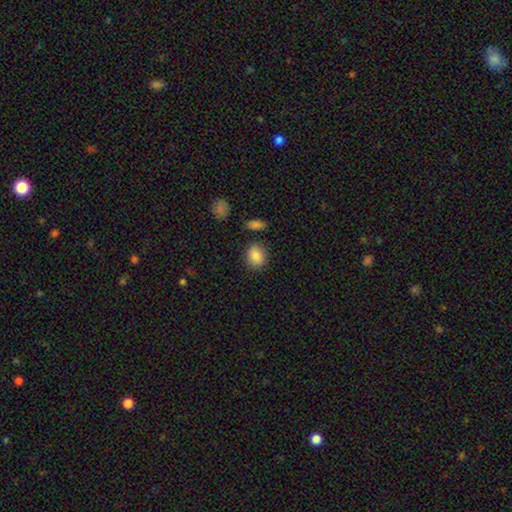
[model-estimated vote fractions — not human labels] The model was most divided on "how rounded": in between: 50%, round: 49%, cigar-shaped: 1%. More confident: smooth or featured — smooth (86%); merging — none (81%).